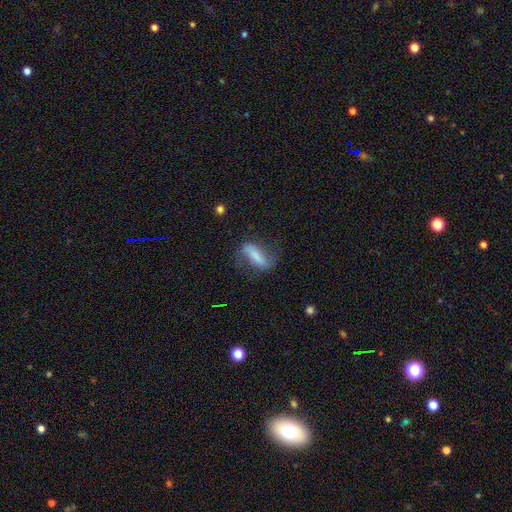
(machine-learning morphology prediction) This appears to be a featured or disk galaxy (51%). Merging: none (59%).